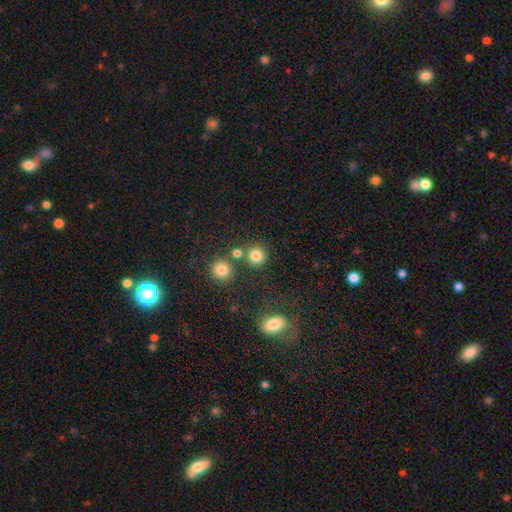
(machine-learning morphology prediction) smooth 81%, star or artifact 14%, featured or disk 5%. Down the decision tree: how rounded — round (90%); merging — none (75%).